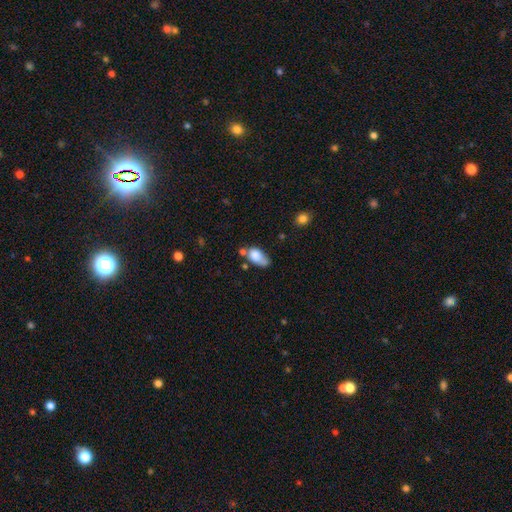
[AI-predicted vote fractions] A smooth galaxy with no disk features (78%) that is in between round and cigar-shaped (88%). Merging: none (33%).